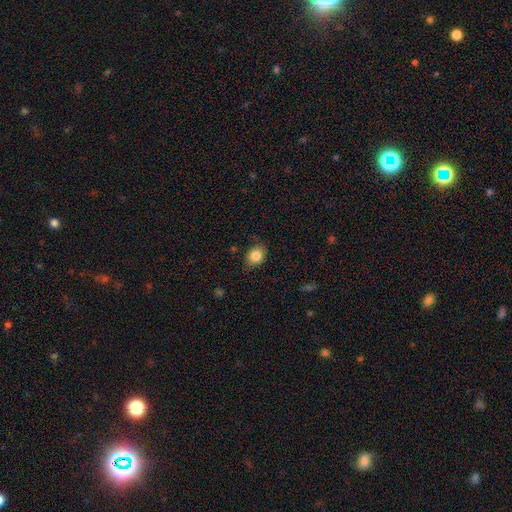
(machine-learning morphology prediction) A smooth galaxy with no disk features (84%) that is in between round and cigar-shaped (52%). Merging: none (79%).